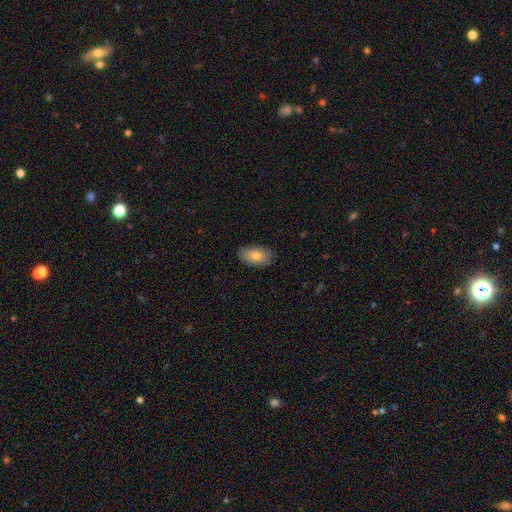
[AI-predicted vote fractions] Smooth or featured?
  - smooth: 78% *
  - featured or disk: 15%
  - star or artifact: 7%
How rounded?
  - in between: 92% *
  - round: 6%
  - cigar-shaped: 2%
Merging?
  - none: 84% *
  - minor disturbance: 12%
  - major disturbance: 2%
  - merger: 1%